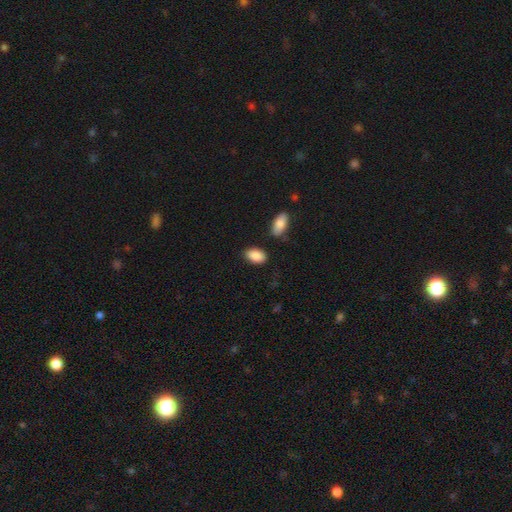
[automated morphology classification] Overall: smooth (89%). How rounded: in between (92%). Merging: none (82%).